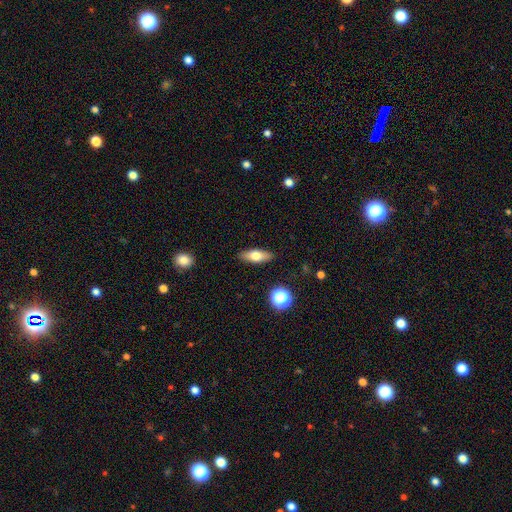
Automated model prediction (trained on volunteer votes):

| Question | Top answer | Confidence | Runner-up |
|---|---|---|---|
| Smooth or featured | smooth | 65% | featured or disk (27%) |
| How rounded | in between | 64% | cigar-shaped (32%) |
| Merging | none | 89% | minor disturbance (8%) |